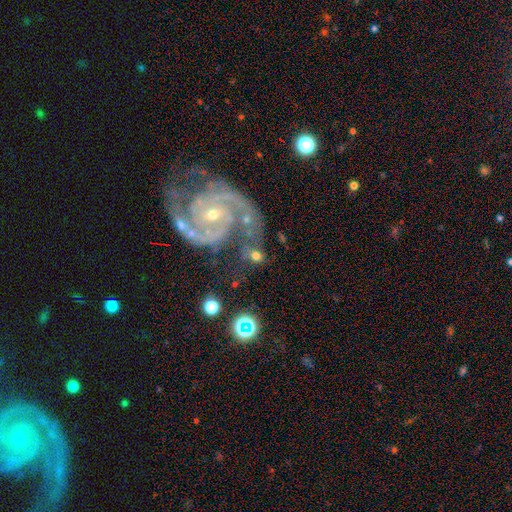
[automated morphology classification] smooth_or_featured: featured or disk (p=0.50) [alt: smooth p=0.38]
disk_edge_on: no (p=0.96) [alt: yes p=0.04]
merging: none (p=0.55) [alt: minor disturbance p=0.16]